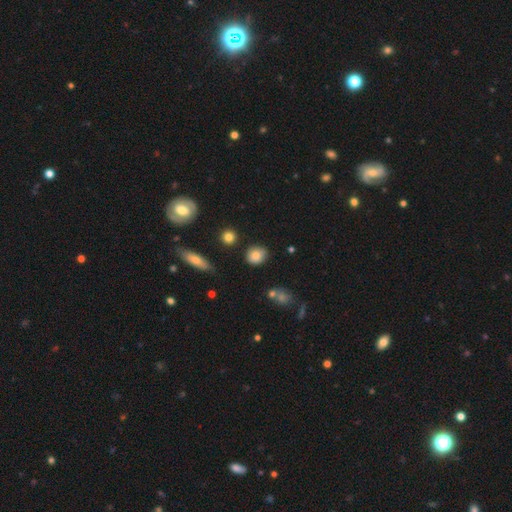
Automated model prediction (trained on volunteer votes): The model was most divided on "how rounded": round: 69%, in between: 29%, cigar-shaped: 2%. More confident: smooth or featured — smooth (81%); merging — none (79%).